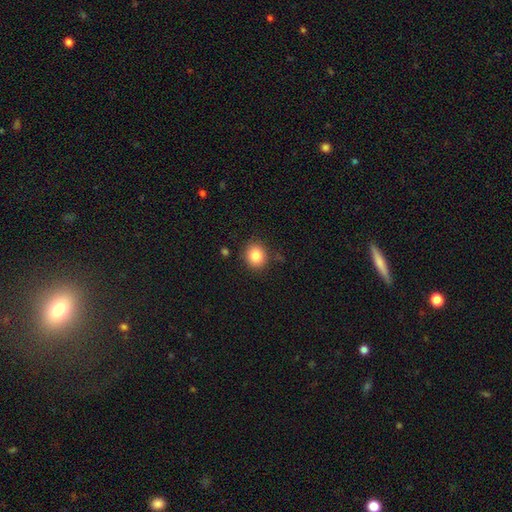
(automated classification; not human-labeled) Smooth or featured?
  - smooth: 85% *
  - star or artifact: 10%
  - featured or disk: 6%
How rounded?
  - round: 75% *
  - in between: 24%
  - cigar-shaped: 1%
Merging?
  - none: 85% *
  - minor disturbance: 10%
  - major disturbance: 3%
  - merger: 2%